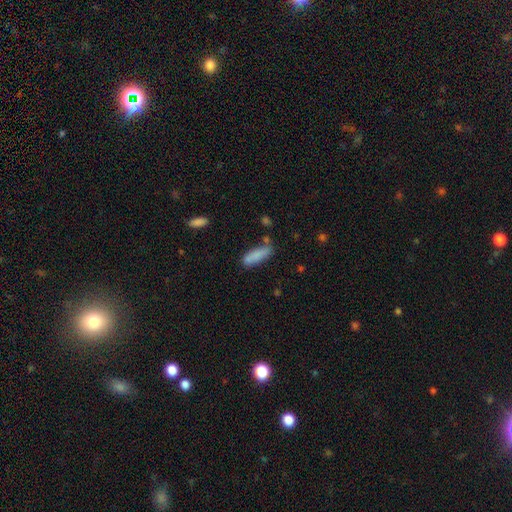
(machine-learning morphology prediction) Smooth or featured?
  - smooth: 83% *
  - featured or disk: 10%
  - star or artifact: 7%
How rounded?
  - in between: 55% *
  - cigar-shaped: 43%
  - round: 2%
Merging?
  - none: 62% *
  - minor disturbance: 22%
  - merger: 9%
  - major disturbance: 6%